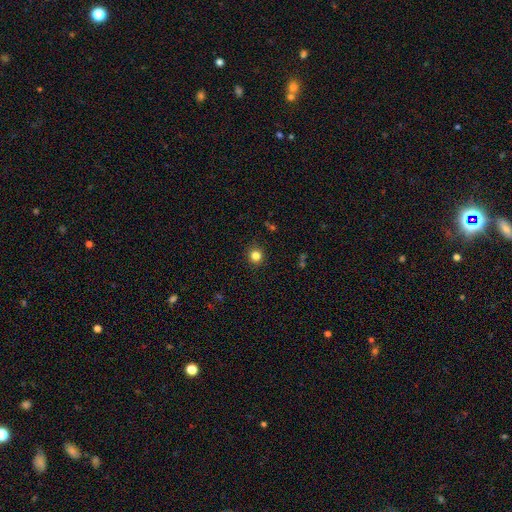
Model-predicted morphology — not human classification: smooth 82%, star or artifact 13%, featured or disk 5%. Down the decision tree: how rounded — round (92%); merging — none (91%).